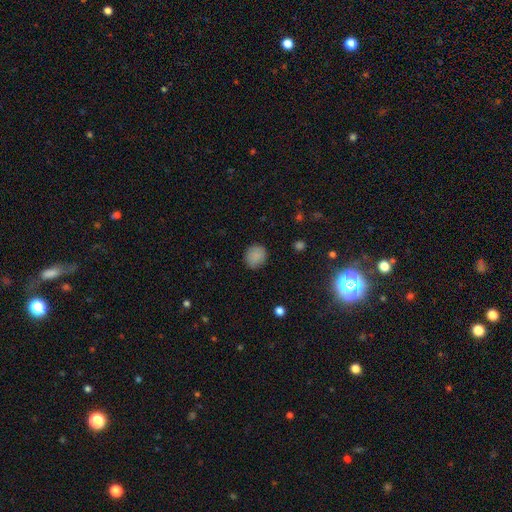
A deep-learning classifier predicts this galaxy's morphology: Overall: smooth (86%). How rounded: round (81%). Merging: none (85%).